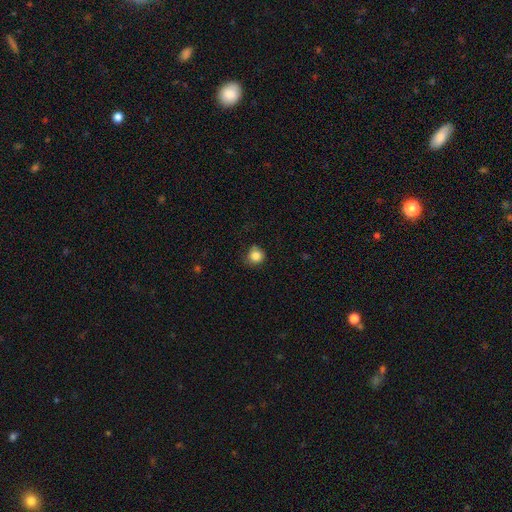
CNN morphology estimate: Smooth or featured? Predicted: smooth (p=0.84). How rounded? Predicted: round (p=0.89). Merging? Predicted: none (p=0.74).